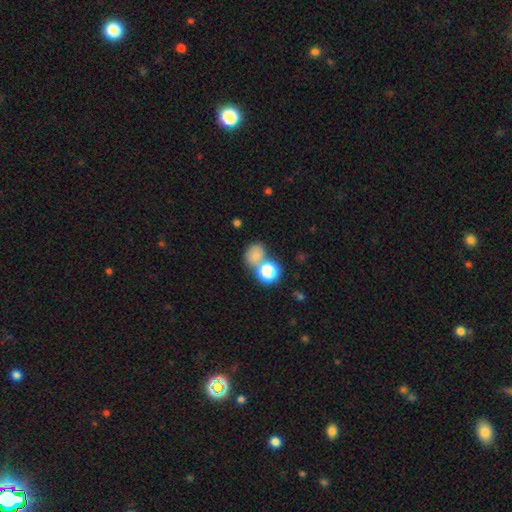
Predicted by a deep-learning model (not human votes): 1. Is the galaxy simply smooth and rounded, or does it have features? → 73% smooth, 19% star or artifact, 9% featured or disk.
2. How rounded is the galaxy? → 60% round, 39% in between, 1% cigar-shaped.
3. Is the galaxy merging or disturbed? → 47% none, 34% merger, 13% minor disturbance, 7% major disturbance.